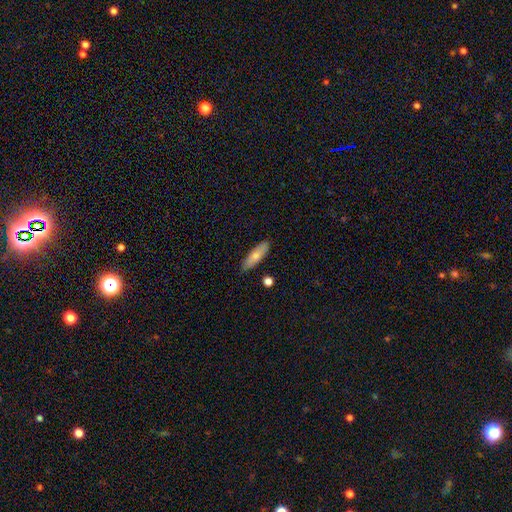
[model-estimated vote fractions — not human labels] smooth-or-featured: smooth: 72% | featured or disk: 22% | star or artifact: 6%
  how-rounded: in between: 51% | cigar-shaped: 46% | round: 2%
  merging: none: 84% | minor disturbance: 11% | merger: 2% | major disturbance: 2%